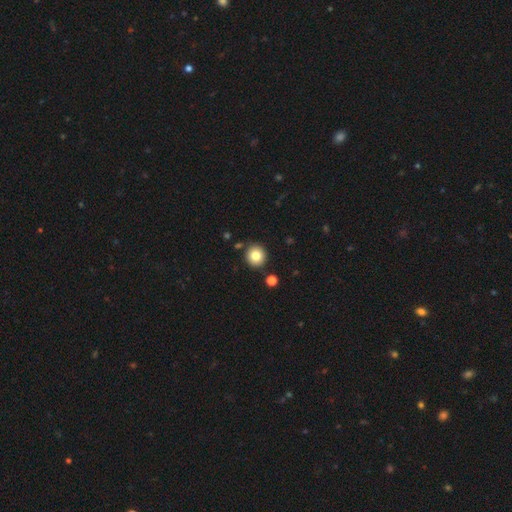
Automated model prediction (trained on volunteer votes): Smooth or featured?
  - smooth: 81% *
  - star or artifact: 10%
  - featured or disk: 8%
How rounded?
  - round: 91% *
  - in between: 8%
  - cigar-shaped: 1%
Merging?
  - none: 87% *
  - minor disturbance: 7%
  - merger: 4%
  - major disturbance: 2%